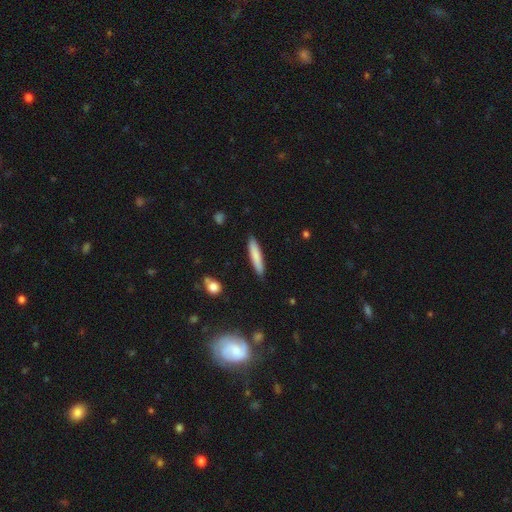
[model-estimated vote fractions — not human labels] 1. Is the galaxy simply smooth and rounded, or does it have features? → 81% smooth, 14% featured or disk, 6% star or artifact.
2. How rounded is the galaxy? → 88% cigar-shaped, 11% in between, 1% round.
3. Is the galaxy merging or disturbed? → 88% none, 9% minor disturbance, 2% major disturbance, 1% merger.